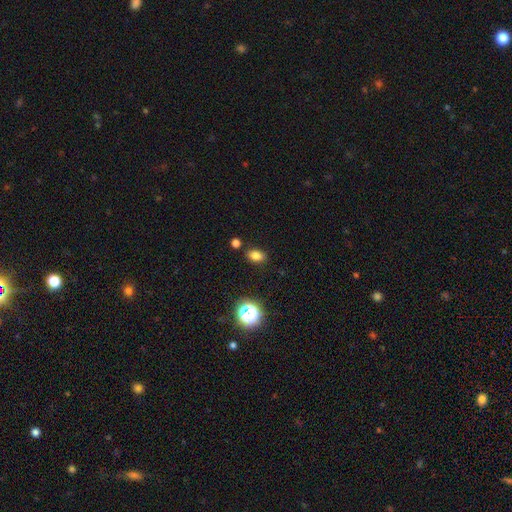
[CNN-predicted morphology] Q: Smooth or featured?
A: smooth (78%); runner-up: star or artifact (16%)
Q: How rounded?
A: in between (81%); runner-up: round (17%)
Q: Merging?
A: none (84%); runner-up: minor disturbance (9%)